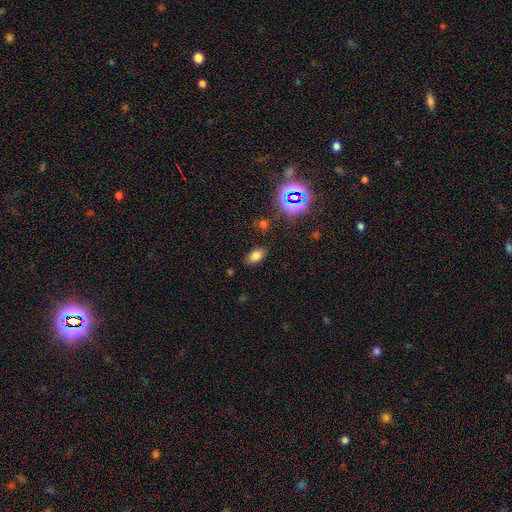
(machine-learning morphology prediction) Overall: smooth (74%). How rounded: in between (88%). Merging: none (83%).